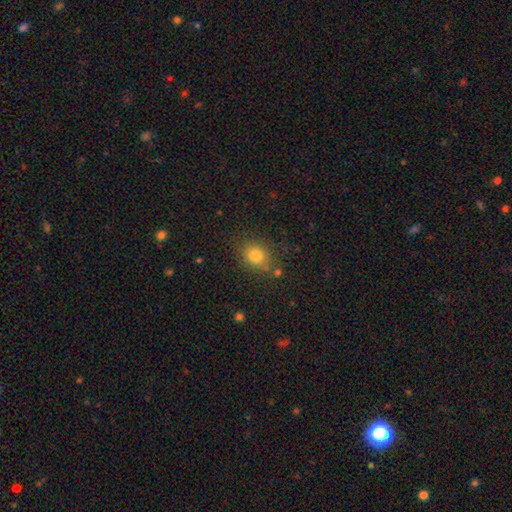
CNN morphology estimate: Smooth or featured: smooth — 79% (star or artifact — 13%)
How rounded: round — 67% (in between — 32%)
Merging: none — 76% (minor disturbance — 14%)